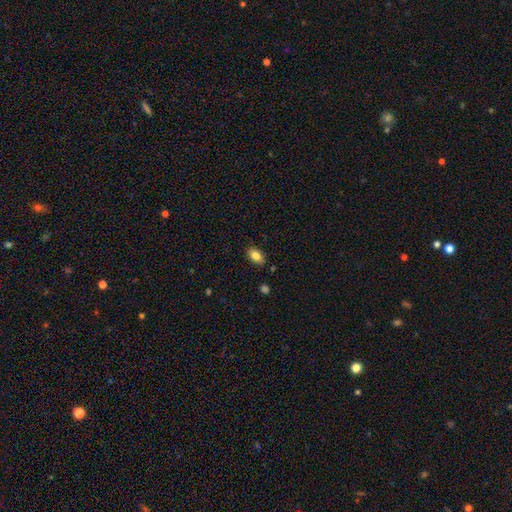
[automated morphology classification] A smooth galaxy with no disk features (83%) that is in between round and cigar-shaped (89%).

Vote fractions:
- Smooth or featured? smooth: 83% / star or artifact: 8% / featured or disk: 8%
- How rounded? in between: 89% / round: 8% / cigar-shaped: 3%
- Merging? none: 85% / minor disturbance: 11% / major disturbance: 2% / merger: 2%